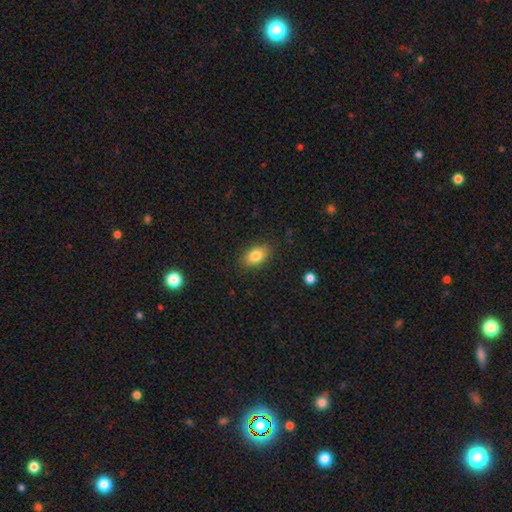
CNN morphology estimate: Q: Smooth or featured?
A: smooth (82%); runner-up: featured or disk (10%)
Q: How rounded?
A: in between (87%); runner-up: round (11%)
Q: Merging?
A: none (84%); runner-up: minor disturbance (12%)